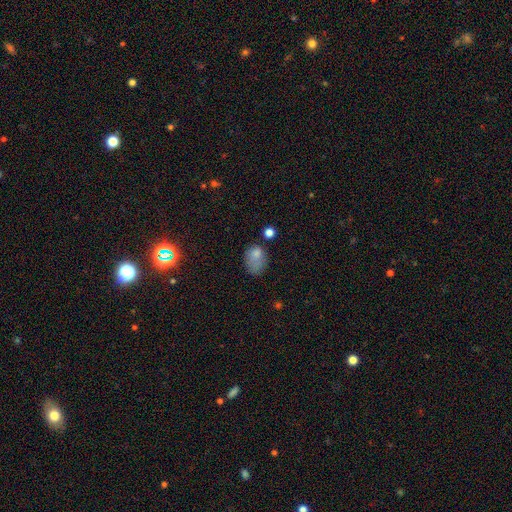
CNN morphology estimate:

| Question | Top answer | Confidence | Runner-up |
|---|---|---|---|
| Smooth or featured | smooth | 76% | star or artifact (12%) |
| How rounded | in between | 75% | round (24%) |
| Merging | none | 39% | minor disturbance (32%) |